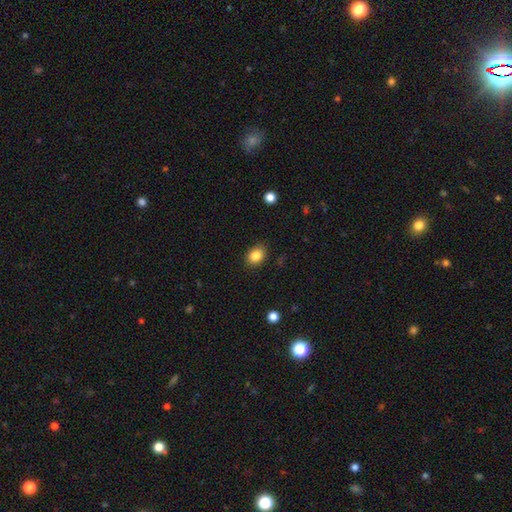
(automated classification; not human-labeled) Overall: smooth (85%). How rounded: in between (59%; round 40%). Merging: none (85%).